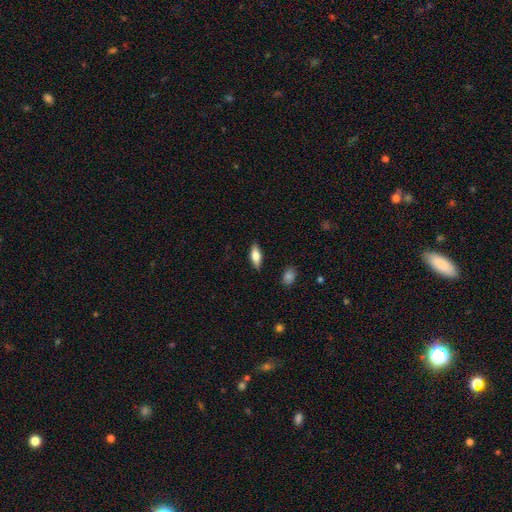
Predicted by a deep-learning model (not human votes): A smooth galaxy with no disk features (68%) that is in between round and cigar-shaped (71%). Merging: none (87%).